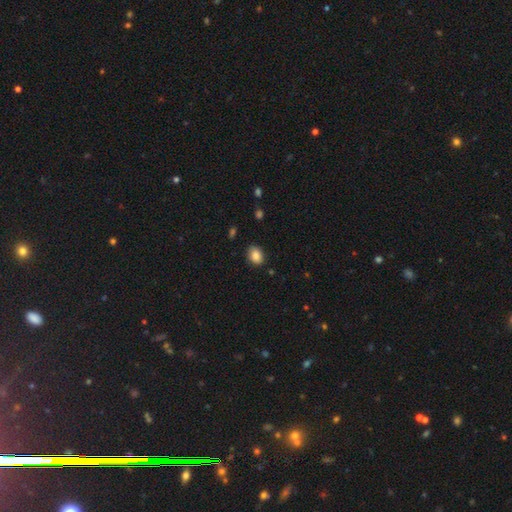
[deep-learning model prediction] Smooth or featured? smooth (85%)
How rounded? in between (68%)
Merging? none (85%)